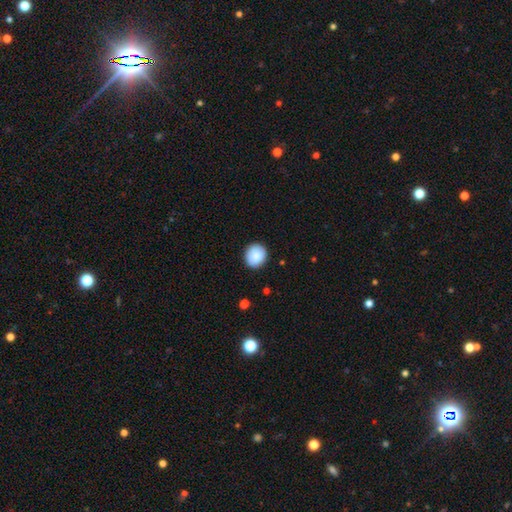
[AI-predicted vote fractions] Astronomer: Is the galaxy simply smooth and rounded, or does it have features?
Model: smooth — 88%.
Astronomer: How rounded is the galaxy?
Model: round — 82%.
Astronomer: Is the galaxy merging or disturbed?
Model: none — 90%.